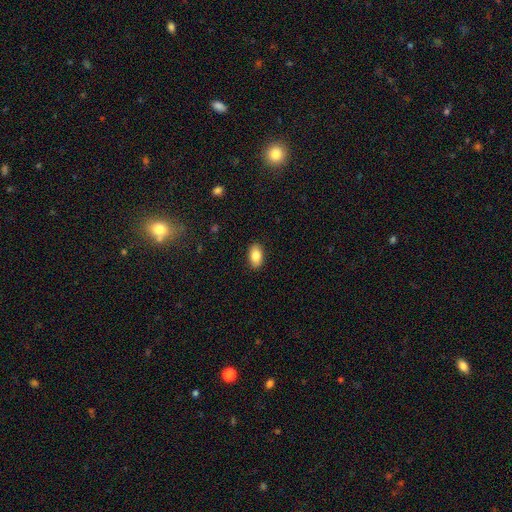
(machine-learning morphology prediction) Smooth or featured?
  - smooth: 86% *
  - star or artifact: 7%
  - featured or disk: 7%
How rounded?
  - in between: 92% *
  - round: 5%
  - cigar-shaped: 2%
Merging?
  - none: 90% *
  - minor disturbance: 8%
  - major disturbance: 2%
  - merger: 1%